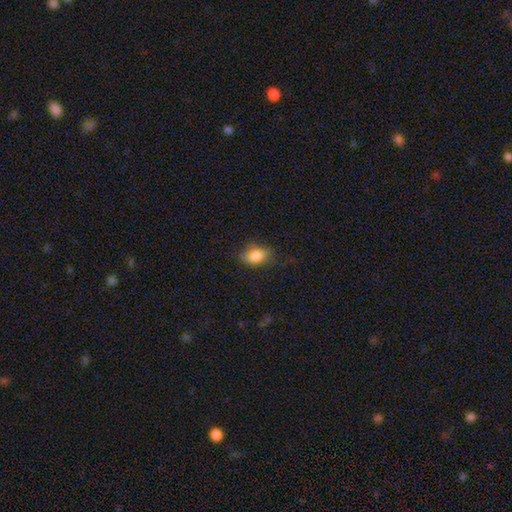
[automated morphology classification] This is clearly a smooth galaxy (83%). How rounded: clearly in between (82%). Merging: likely none (70%).